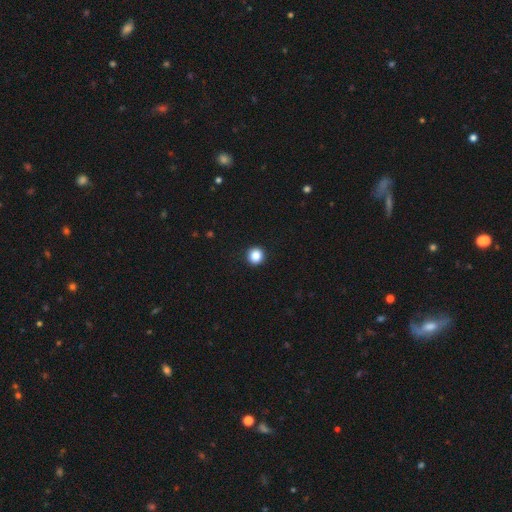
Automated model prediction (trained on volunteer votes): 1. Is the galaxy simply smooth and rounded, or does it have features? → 86% smooth, 10% star or artifact, 3% featured or disk.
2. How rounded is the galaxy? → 93% round, 6% in between, 1% cigar-shaped.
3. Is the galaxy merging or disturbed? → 93% none, 4% minor disturbance, 2% major disturbance, 1% merger.